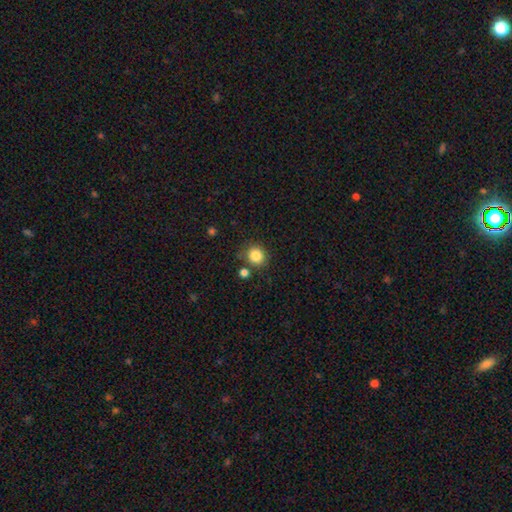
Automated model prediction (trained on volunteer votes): This is clearly a smooth galaxy (84%). How rounded: clearly round (87%). Merging: likely none (78%).